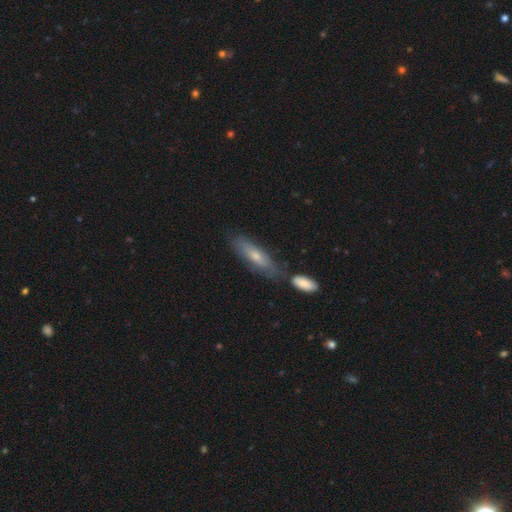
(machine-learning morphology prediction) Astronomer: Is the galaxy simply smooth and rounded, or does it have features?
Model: smooth — 55% (runner-up: featured or disk, 38%).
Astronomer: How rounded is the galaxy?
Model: cigar-shaped — 63%.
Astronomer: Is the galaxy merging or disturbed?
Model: none — 67%.